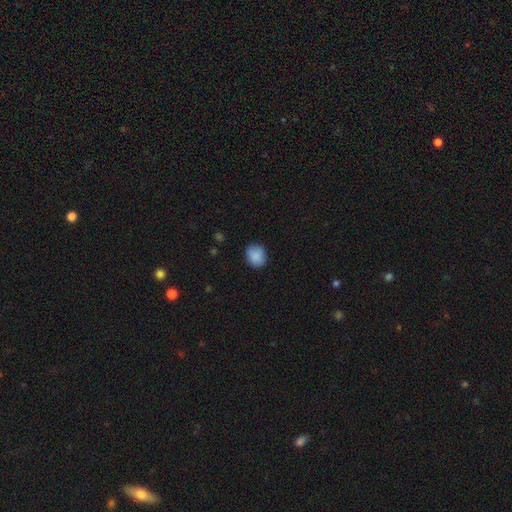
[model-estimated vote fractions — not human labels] Smooth or featured: smooth — 88% (star or artifact — 8%)
How rounded: round — 64% (in between — 35%)
Merging: none — 85% (minor disturbance — 12%)